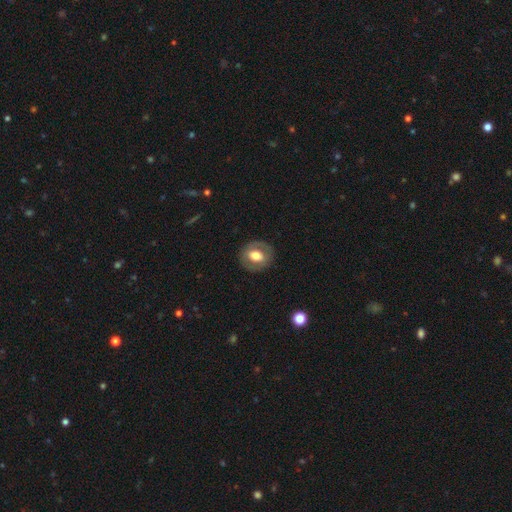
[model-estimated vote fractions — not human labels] Overall: smooth (52%; featured or disk 41%). How rounded: round (60%; in between 39%). Merging: none (85%).